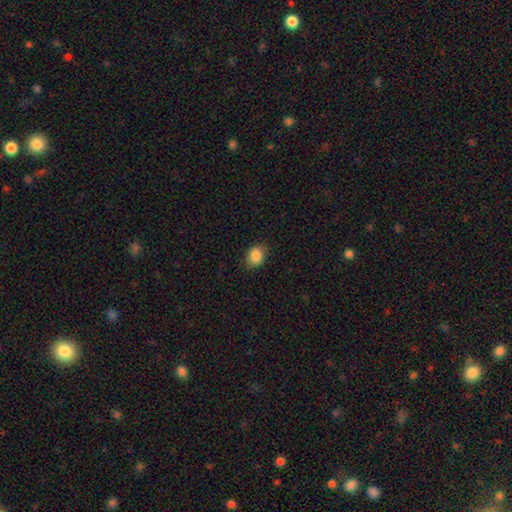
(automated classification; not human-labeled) Morphology: type=smooth (87%); roundness=in between (63%); merging=none (82%).